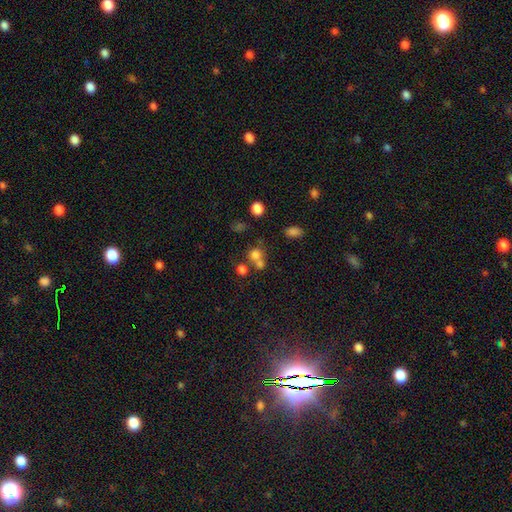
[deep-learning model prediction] smooth 72%, star or artifact 17%, featured or disk 12%. Down the decision tree: how rounded — round (81%); merging — merger (44%).